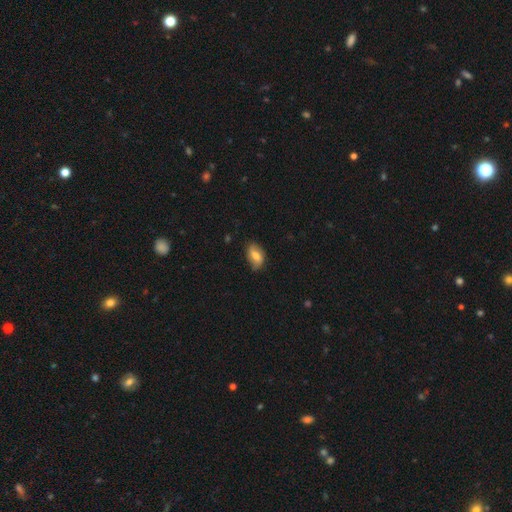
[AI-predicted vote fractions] A smooth galaxy with no disk features (57%) that is in between round and cigar-shaped (88%).

Vote fractions:
- Smooth or featured? smooth: 57% / featured or disk: 35% / star or artifact: 8%
- How rounded? in between: 88% / round: 9% / cigar-shaped: 3%
- Merging? none: 74% / minor disturbance: 21% / major disturbance: 4% / merger: 1%